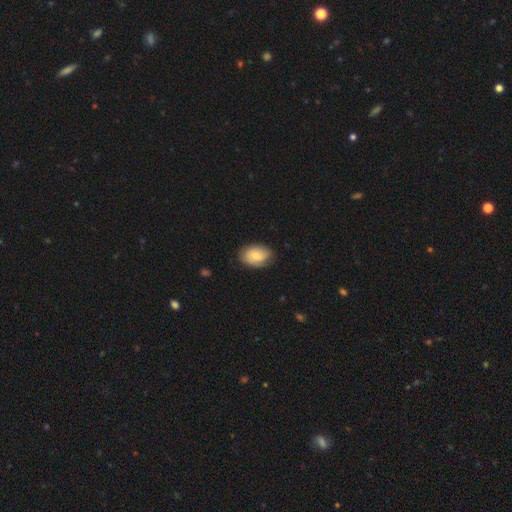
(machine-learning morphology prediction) smooth_or_featured: smooth (p=0.70) [alt: featured or disk p=0.24]
how_rounded: in between (p=0.84) [alt: round p=0.15]
merging: none (p=0.76) [alt: minor disturbance p=0.19]